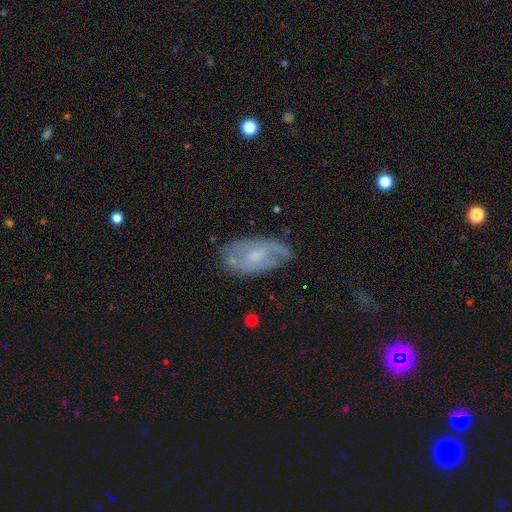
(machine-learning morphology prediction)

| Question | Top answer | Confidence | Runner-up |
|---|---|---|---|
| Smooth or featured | featured or disk | 60% | smooth (32%) |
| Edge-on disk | no | 93% | yes (7%) |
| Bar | no | 53% | weak (41%) |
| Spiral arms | yes | 70% | no (30%) |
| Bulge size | small | 53% | moderate (33%) |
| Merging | none | 61% | minor disturbance (26%) |